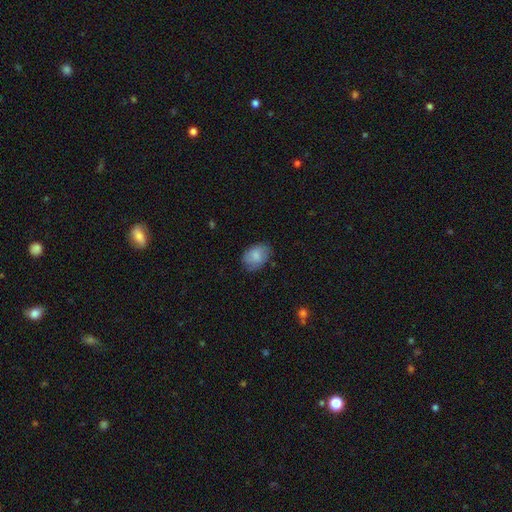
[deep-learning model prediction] The model was most divided on "merging": none: 74%, minor disturbance: 20%, major disturbance: 4%, merger: 1%. More confident: smooth or featured — smooth (82%); how rounded — in between (81%).